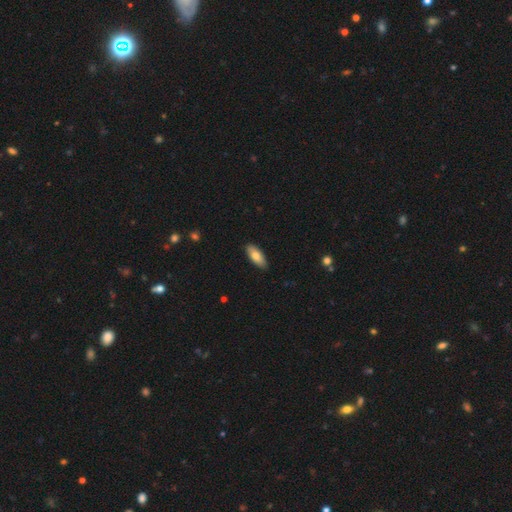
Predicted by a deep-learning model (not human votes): The model was most divided on "smooth or featured": smooth: 79%, featured or disk: 16%, star or artifact: 6%. More confident: merging — none (88%); how rounded — in between (81%).